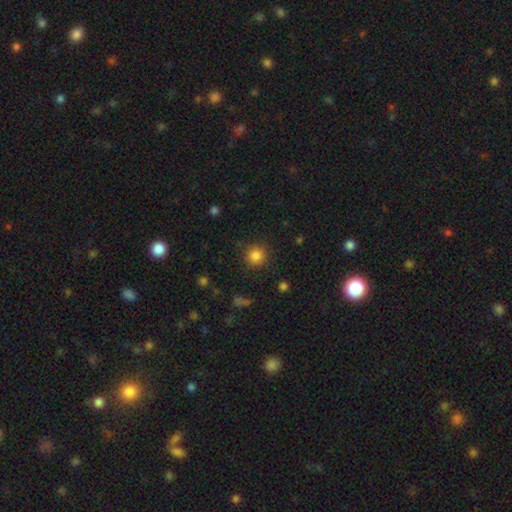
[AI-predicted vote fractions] The model was most divided on "smooth or featured": smooth: 84%, star or artifact: 12%, featured or disk: 5%. More confident: how rounded — round (94%); merging — none (89%).